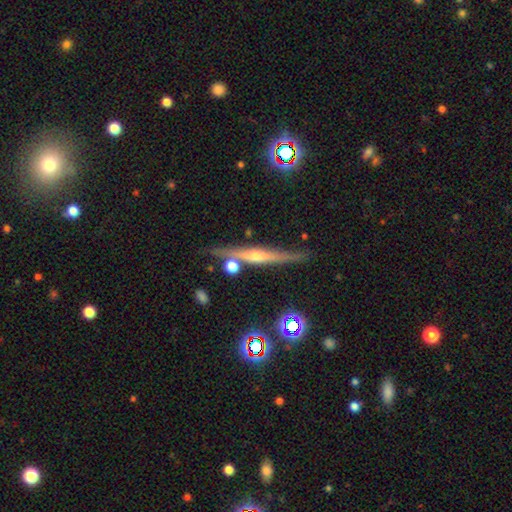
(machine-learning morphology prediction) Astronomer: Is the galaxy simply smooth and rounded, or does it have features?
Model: featured or disk — 74%.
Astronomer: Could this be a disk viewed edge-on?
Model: yes — 96%.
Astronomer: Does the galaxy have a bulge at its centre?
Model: rounded — 76%.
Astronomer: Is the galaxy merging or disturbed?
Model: none — 78%.